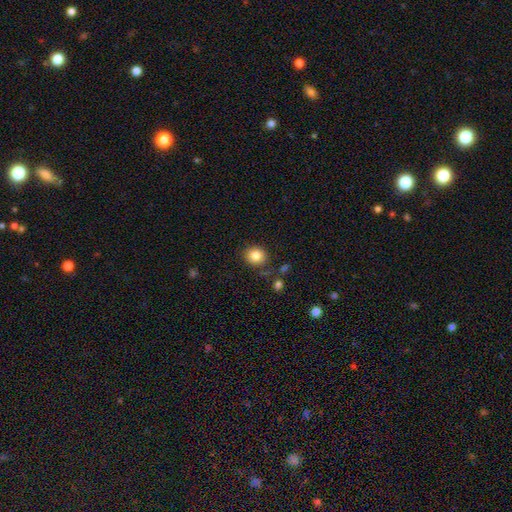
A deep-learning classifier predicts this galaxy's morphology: smooth 84%, star or artifact 10%, featured or disk 6%. Down the decision tree: how rounded — round (80%); merging — none (84%).